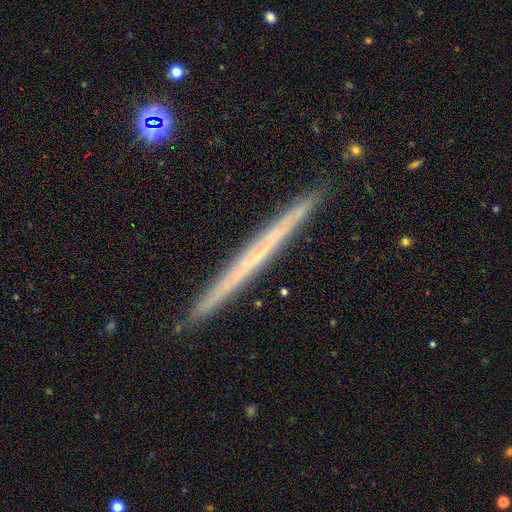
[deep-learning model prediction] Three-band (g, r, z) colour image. It shows a featured or disk galaxy (60%) viewed edge-on (98%) with no central bulge (91%). Merging: none (92%).